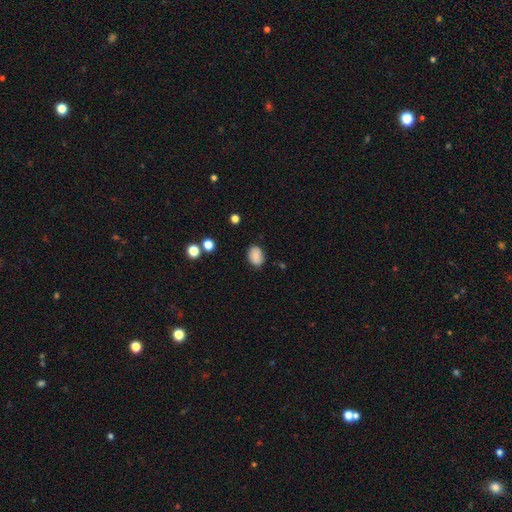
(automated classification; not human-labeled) Overall: smooth (79%). How rounded: in between (70%). Merging: none (77%).